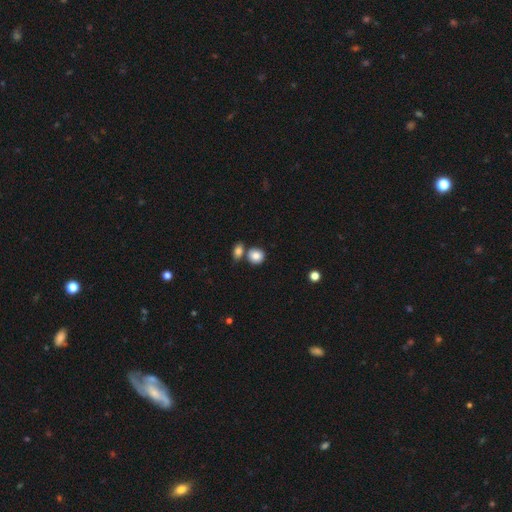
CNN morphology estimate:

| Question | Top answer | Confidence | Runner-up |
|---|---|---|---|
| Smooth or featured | smooth | 83% | star or artifact (9%) |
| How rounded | round | 82% | in between (17%) |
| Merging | none | 64% | merger (24%) |